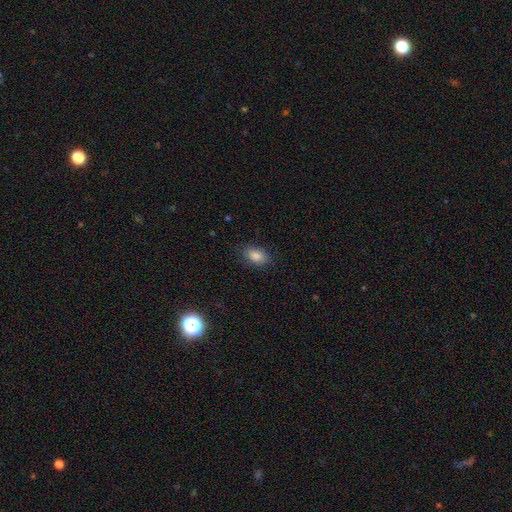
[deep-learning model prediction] Smooth or featured?
  - smooth: 85% *
  - star or artifact: 9%
  - featured or disk: 6%
How rounded?
  - in between: 89% *
  - round: 9%
  - cigar-shaped: 3%
Merging?
  - none: 85% *
  - minor disturbance: 11%
  - major disturbance: 3%
  - merger: 1%